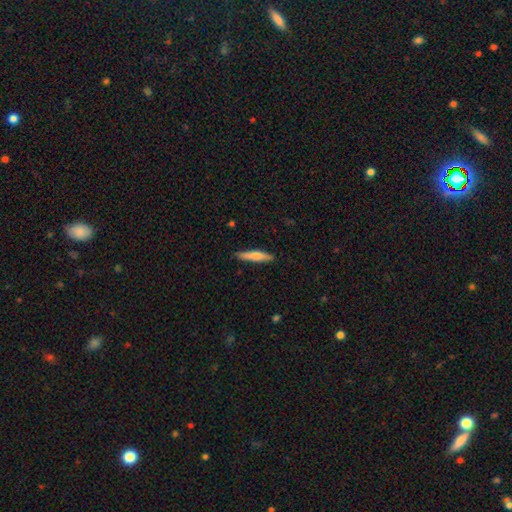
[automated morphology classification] The model was most divided on "smooth or featured": smooth: 62%, featured or disk: 33%, star or artifact: 5%. More confident: merging — none (89%); how rounded — cigar-shaped (86%).